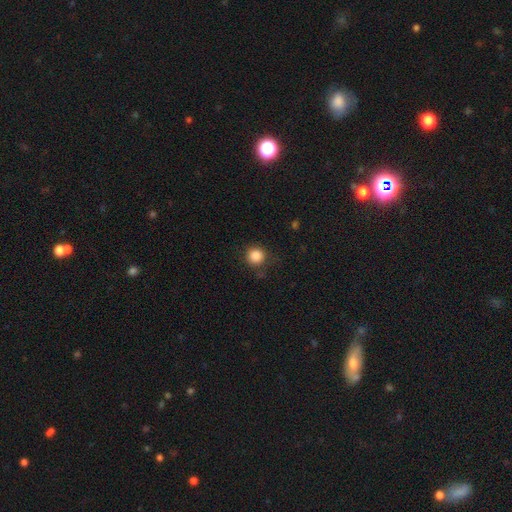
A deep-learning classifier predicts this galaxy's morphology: The model was most divided on "merging": none: 81%, minor disturbance: 13%, major disturbance: 4%, merger: 2%. More confident: how rounded — round (93%); smooth or featured — smooth (86%).